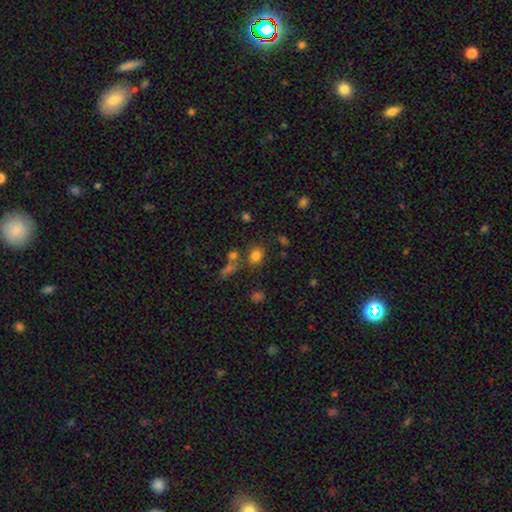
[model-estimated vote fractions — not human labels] Smooth or featured: smooth — 78% (star or artifact — 15%)
How rounded: round — 59% (in between — 40%)
Merging: none — 71% (minor disturbance — 12%)